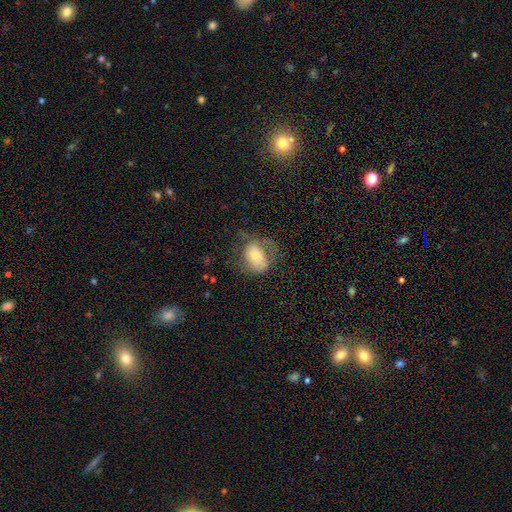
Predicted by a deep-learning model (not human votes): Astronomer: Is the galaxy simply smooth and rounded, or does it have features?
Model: smooth — 57% (runner-up: featured or disk, 33%).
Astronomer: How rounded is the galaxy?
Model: in between — 68%.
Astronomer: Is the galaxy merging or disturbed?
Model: none — 51%.